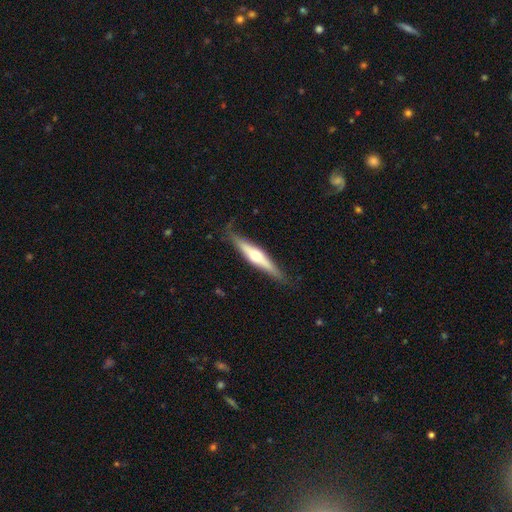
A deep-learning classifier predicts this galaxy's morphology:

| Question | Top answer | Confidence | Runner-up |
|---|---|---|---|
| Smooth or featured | featured or disk | 62% | smooth (33%) |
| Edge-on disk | yes | 94% | no (6%) |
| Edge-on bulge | rounded | 87% | none (7%) |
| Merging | none | 81% | minor disturbance (15%) |